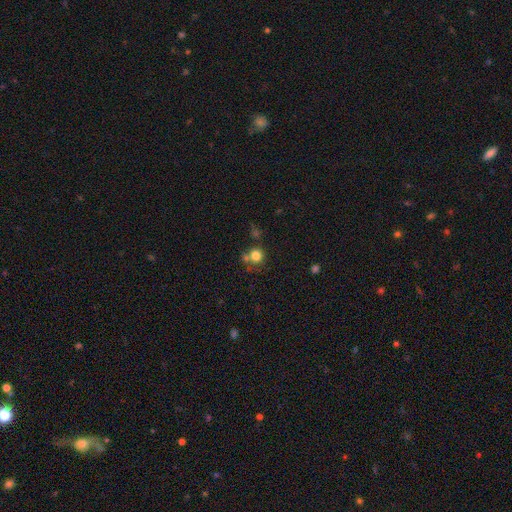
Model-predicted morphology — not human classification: Q: Smooth or featured?
A: smooth (78%); runner-up: star or artifact (13%)
Q: How rounded?
A: round (88%); runner-up: in between (11%)
Q: Merging?
A: none (58%); runner-up: merger (23%)